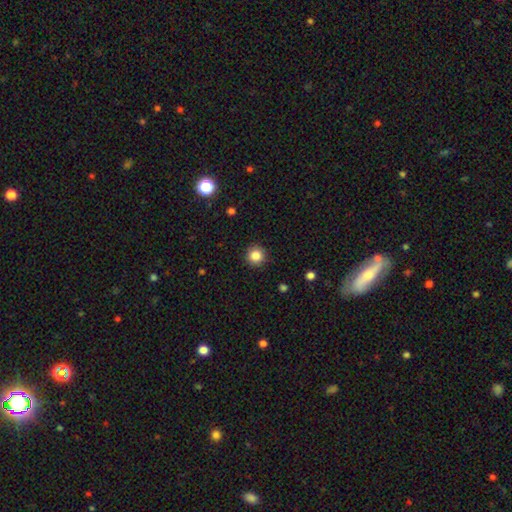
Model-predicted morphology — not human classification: Smooth or featured: smooth — 85% (star or artifact — 11%)
How rounded: round — 95% (in between — 4%)
Merging: none — 92% (minor disturbance — 6%)